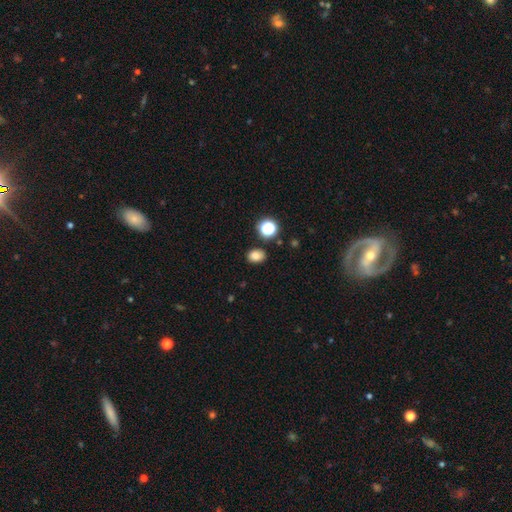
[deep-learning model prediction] Morphology: type=smooth (82%); roundness=in between (60%); merging=none (84%).